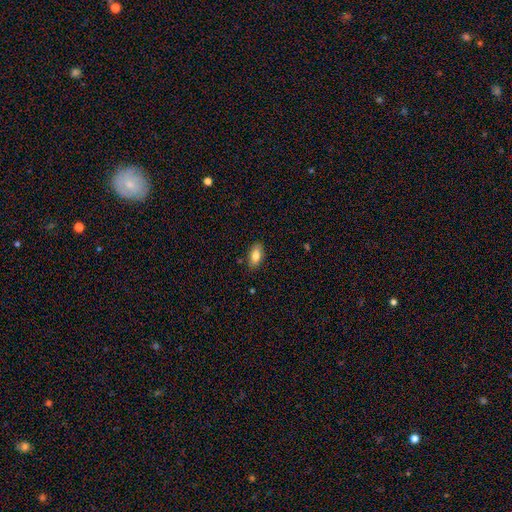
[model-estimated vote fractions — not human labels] smooth_or_featured: smooth (p=0.81) [alt: featured or disk p=0.12]
how_rounded: in between (p=0.91) [alt: cigar-shaped p=0.05]
merging: none (p=0.83) [alt: minor disturbance p=0.13]